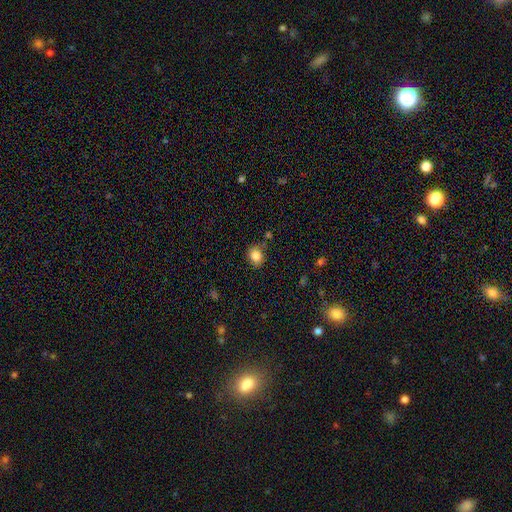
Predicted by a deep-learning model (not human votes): smooth 84%, star or artifact 10%, featured or disk 6%. Down the decision tree: how rounded — round (60%); merging — none (77%).